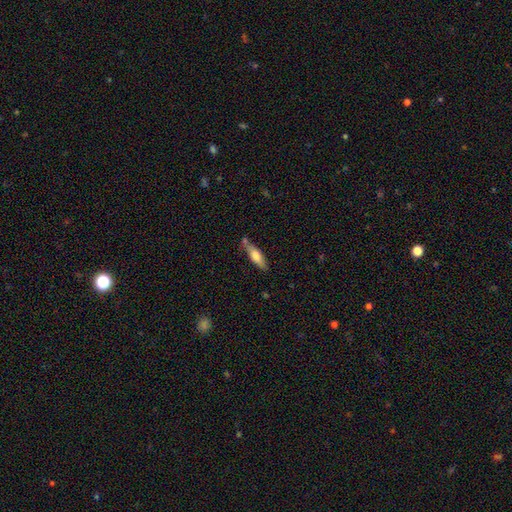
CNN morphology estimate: smooth-or-featured: smooth: 64% | featured or disk: 30% | star or artifact: 6%
  how-rounded: cigar-shaped: 61% | in between: 37% | round: 2%
  merging: none: 65% | minor disturbance: 20% | merger: 11% | major disturbance: 4%